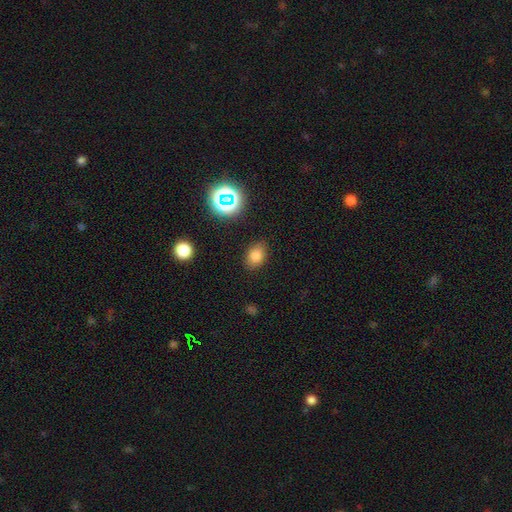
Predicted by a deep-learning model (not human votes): Smooth or featured: smooth — 77% (star or artifact — 16%)
How rounded: in between — 74% (round — 25%)
Merging: none — 83% (minor disturbance — 12%)